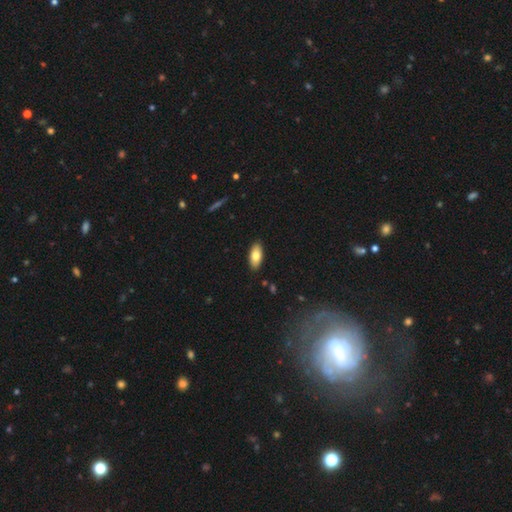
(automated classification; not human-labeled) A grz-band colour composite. It shows a smooth galaxy with no disk features (79%) that is in between round and cigar-shaped (88%). Merging: none (89%).